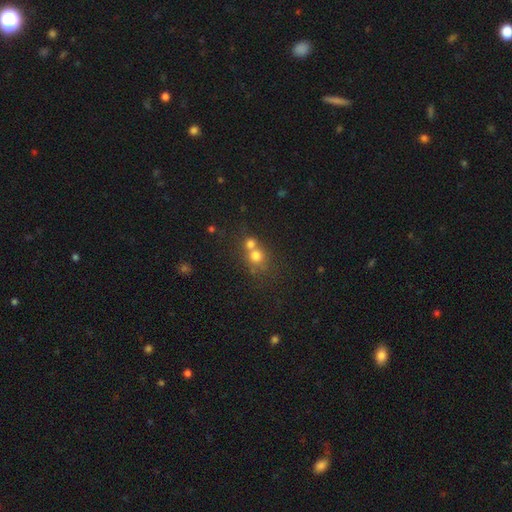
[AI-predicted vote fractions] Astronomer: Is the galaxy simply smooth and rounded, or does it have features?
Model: smooth — 73%.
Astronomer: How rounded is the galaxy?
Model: round — 83%.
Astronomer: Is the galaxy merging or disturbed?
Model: merger — 57% (runner-up: none, 34%).